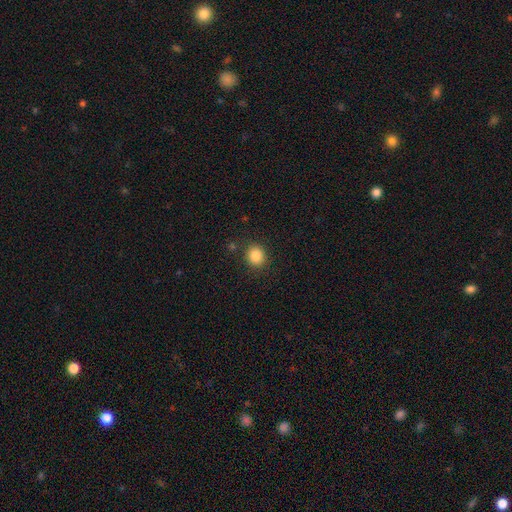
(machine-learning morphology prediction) The model was most divided on "how rounded": round: 83%, in between: 16%, cigar-shaped: 1%. More confident: merging — none (87%); smooth or featured — smooth (86%).